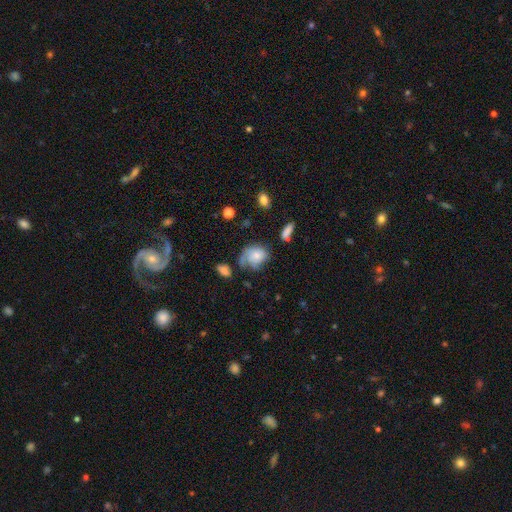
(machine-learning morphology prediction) This is possibly a featured or disk galaxy (46%). Merging: marginally none (37%).